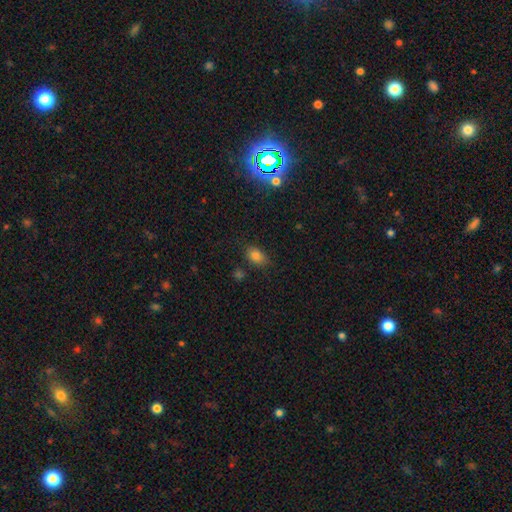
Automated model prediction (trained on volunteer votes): smooth_or_featured: smooth (p=0.80) [alt: star or artifact p=0.13]
how_rounded: in between (p=0.79) [alt: round p=0.19]
merging: none (p=0.76) [alt: minor disturbance p=0.16]